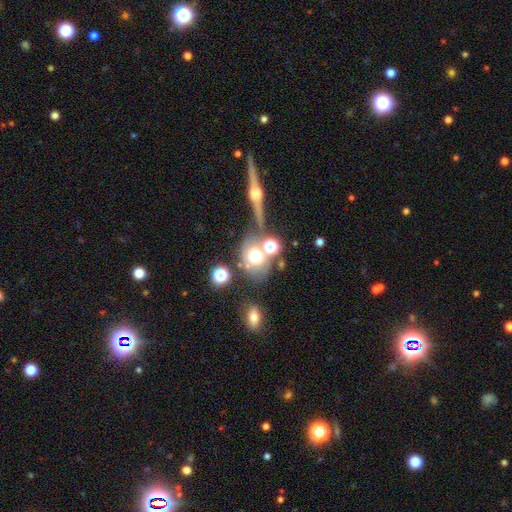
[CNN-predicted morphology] smooth-or-featured: smooth: 57% | featured or disk: 27% | star or artifact: 15%
  how-rounded: in between: 50% | round: 47% | cigar-shaped: 3%
  merging: none: 45% | merger: 30% | minor disturbance: 14% | major disturbance: 11%